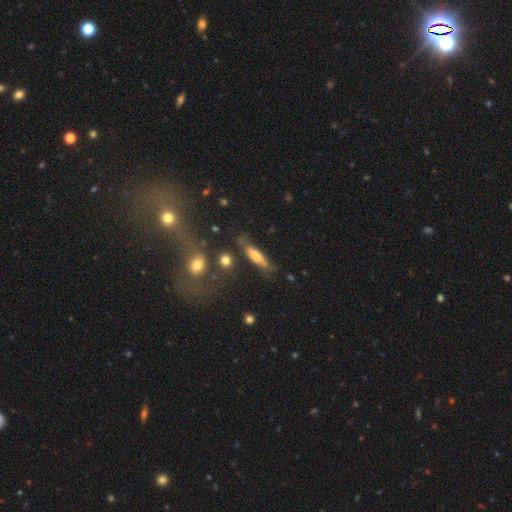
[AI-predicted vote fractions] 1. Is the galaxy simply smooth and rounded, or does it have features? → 56% smooth, 36% featured or disk, 8% star or artifact.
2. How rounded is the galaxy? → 72% cigar-shaped, 25% in between, 3% round.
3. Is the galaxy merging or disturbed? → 69% none, 19% minor disturbance, 7% major disturbance, 5% merger.